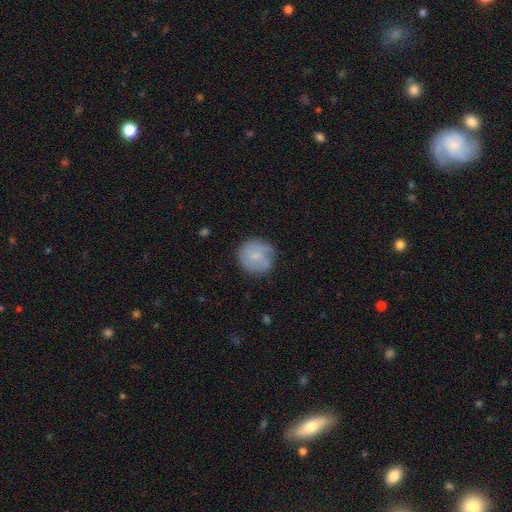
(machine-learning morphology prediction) Q: Smooth or featured?
A: smooth (62%); runner-up: featured or disk (31%)
Q: How rounded?
A: round (92%); runner-up: in between (7%)
Q: Merging?
A: none (69%); runner-up: minor disturbance (21%)